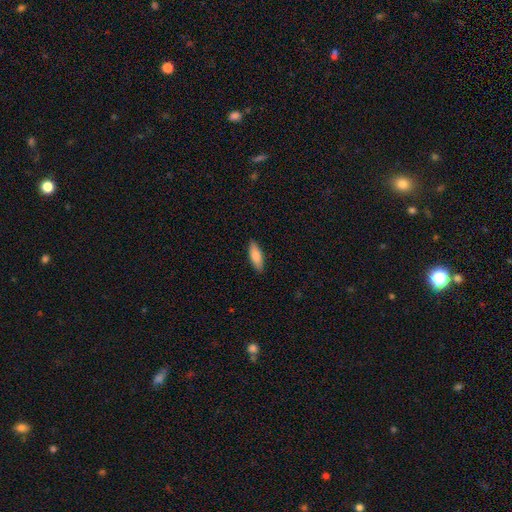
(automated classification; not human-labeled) Smooth or featured?
  - smooth: 83% *
  - featured or disk: 11%
  - star or artifact: 6%
How rounded?
  - in between: 63% *
  - cigar-shaped: 35%
  - round: 2%
Merging?
  - none: 89% *
  - minor disturbance: 9%
  - major disturbance: 2%
  - merger: 1%